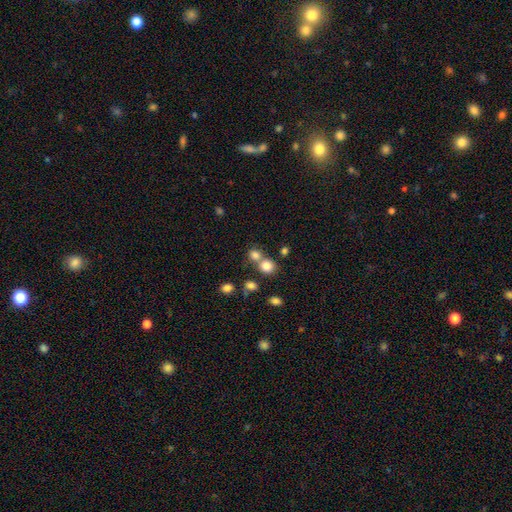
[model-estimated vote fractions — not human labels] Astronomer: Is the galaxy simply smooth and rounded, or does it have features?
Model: smooth — 79%.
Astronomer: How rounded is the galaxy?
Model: round — 82%.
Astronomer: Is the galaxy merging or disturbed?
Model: none — 49% (runner-up: merger, 41%).